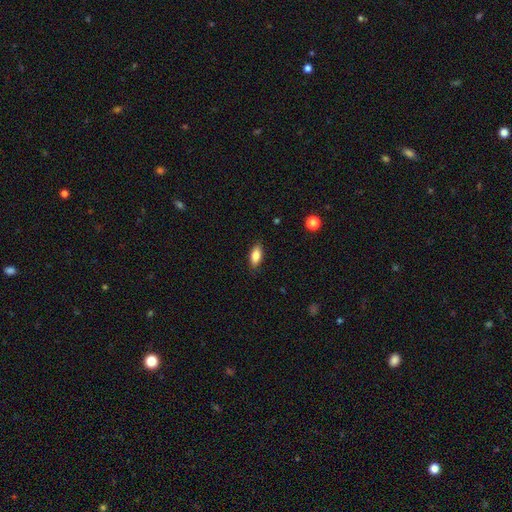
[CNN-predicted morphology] Overall: smooth (84%). How rounded: in between (84%). Merging: none (86%).